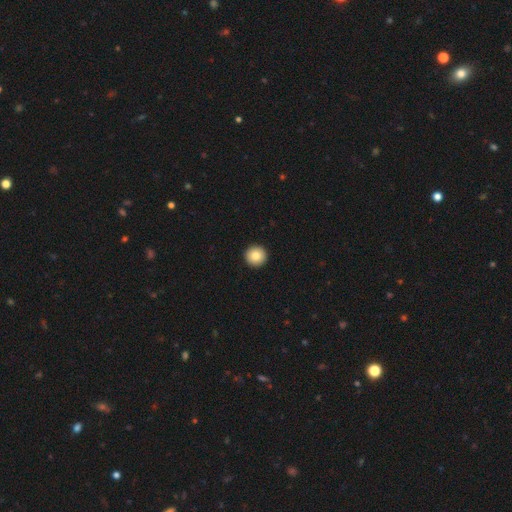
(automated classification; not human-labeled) smooth 84%, star or artifact 8%, featured or disk 8%. Down the decision tree: how rounded — round (96%); merging — none (94%).